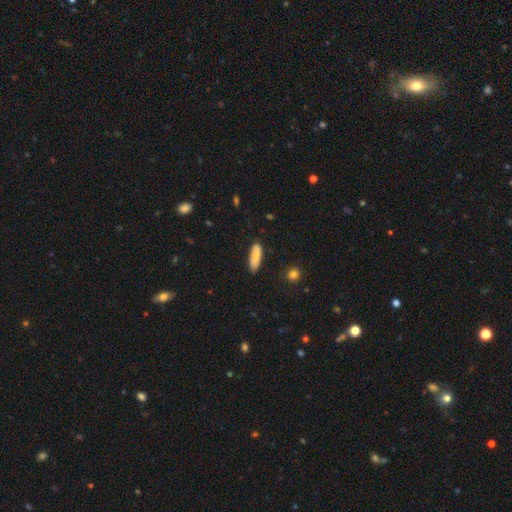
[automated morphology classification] smooth-or-featured: smooth: 82% | featured or disk: 12% | star or artifact: 6%
  how-rounded: cigar-shaped: 50% | in between: 48% | round: 2%
  merging: none: 85% | minor disturbance: 12% | major disturbance: 2% | merger: 1%